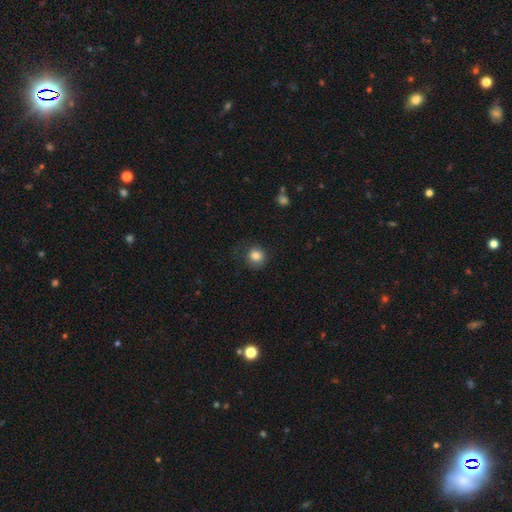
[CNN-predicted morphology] Q: Smooth or featured?
A: smooth (83%); runner-up: star or artifact (11%)
Q: How rounded?
A: round (90%); runner-up: in between (9%)
Q: Merging?
A: none (78%); runner-up: minor disturbance (15%)